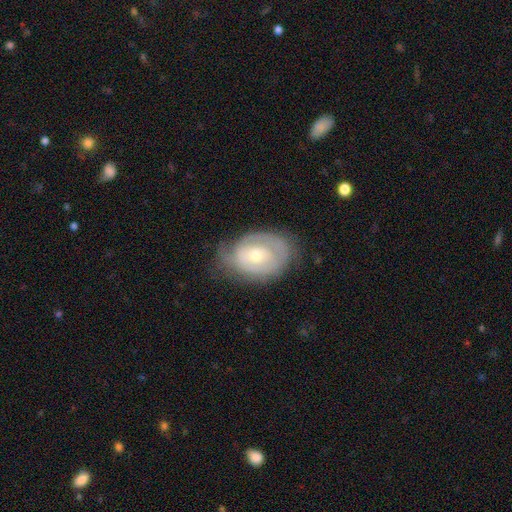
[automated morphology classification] Q: Smooth or featured?
A: featured or disk (67%); runner-up: smooth (26%)
Q: Edge-on disk?
A: no (96%); runner-up: yes (4%)
Q: Bar?
A: no (73%); runner-up: weak (22%)
Q: Spiral arms?
A: yes (74%); runner-up: no (26%)
Q: Bulge size?
A: small (55%); runner-up: moderate (41%)
Q: Merging?
A: none (62%); runner-up: minor disturbance (26%)